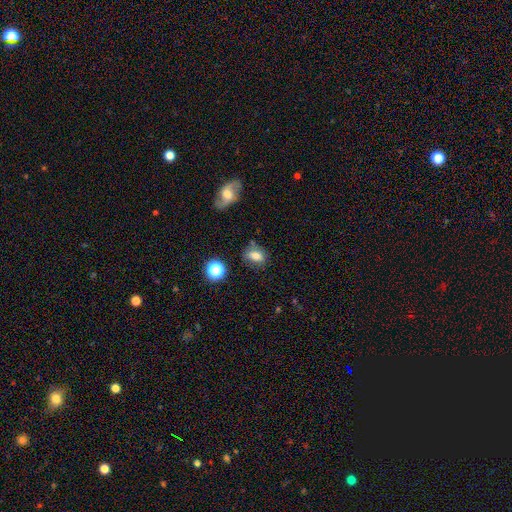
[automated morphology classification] Smooth or featured? Predicted: smooth (p=0.75). How rounded? Predicted: in between (p=0.78). Merging? Predicted: none (p=0.67).